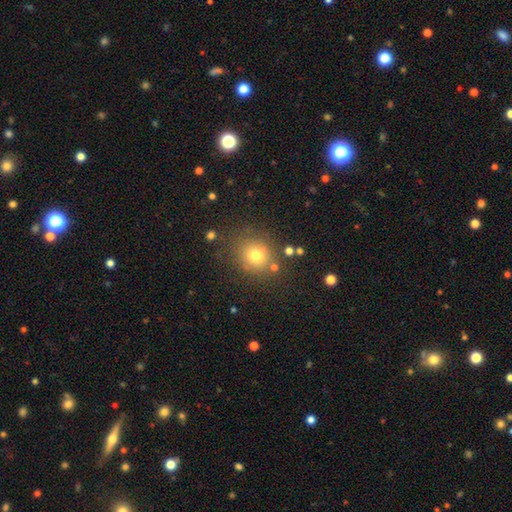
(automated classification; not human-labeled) Overall: smooth (75%). How rounded: round (80%). Merging: none (79%).